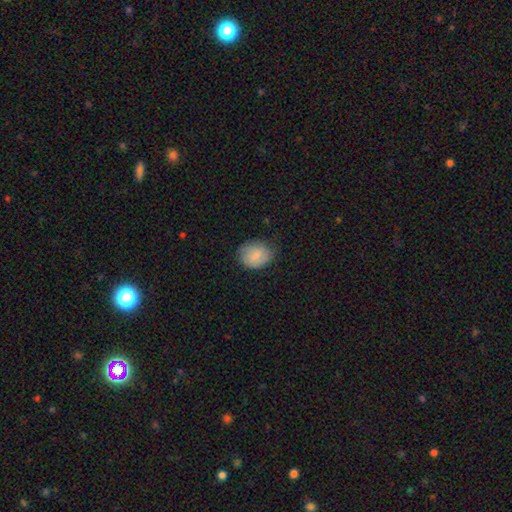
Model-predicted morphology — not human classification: Smooth or featured: smooth — 77% (featured or disk — 16%)
How rounded: round — 59% (in between — 40%)
Merging: none — 69% (minor disturbance — 24%)